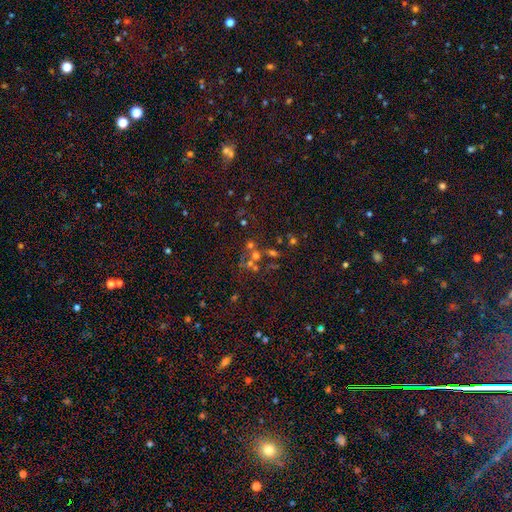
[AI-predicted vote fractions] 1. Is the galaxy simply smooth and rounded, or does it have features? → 39% smooth, 37% star or artifact, 23% featured or disk.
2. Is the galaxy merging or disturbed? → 43% none, 40% merger, 9% minor disturbance, 8% major disturbance.